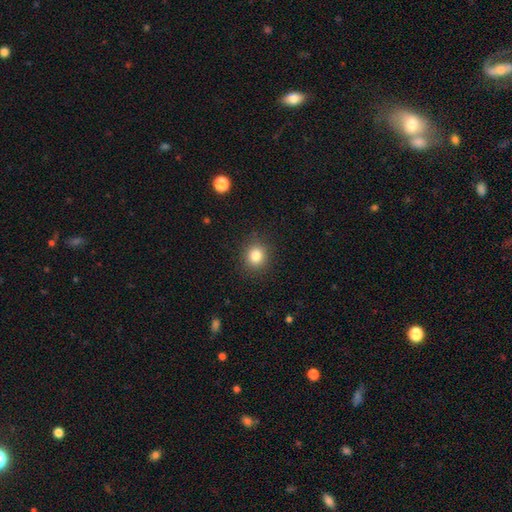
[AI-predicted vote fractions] Smooth or featured? smooth (82%)
How rounded? round (84%)
Merging? none (90%)